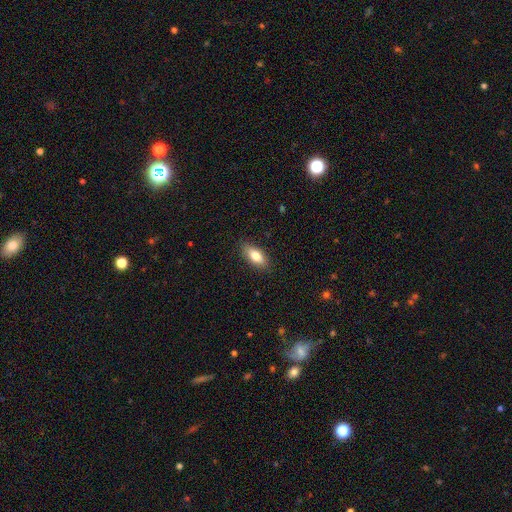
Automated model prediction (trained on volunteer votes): A smooth galaxy with no disk features (78%) that is in between round and cigar-shaped (81%).

Vote fractions:
- Smooth or featured? smooth: 78% / featured or disk: 15% / star or artifact: 7%
- How rounded? in between: 81% / cigar-shaped: 16% / round: 3%
- Merging? none: 87% / minor disturbance: 10% / major disturbance: 2% / merger: 1%